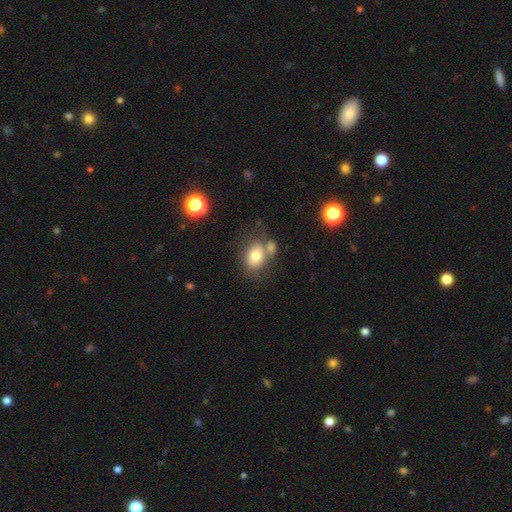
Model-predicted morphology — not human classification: Overall: smooth (75%). How rounded: in between (65%; round 34%). Merging: none (47%; merger 31%).